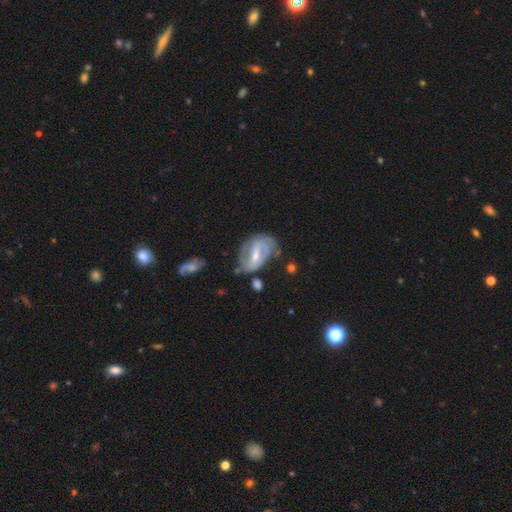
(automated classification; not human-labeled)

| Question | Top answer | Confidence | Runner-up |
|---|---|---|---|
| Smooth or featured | featured or disk | 80% | smooth (14%) |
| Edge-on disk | no | 96% | yes (4%) |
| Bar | weak | 47% | strong (38%) |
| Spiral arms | yes | 89% | no (11%) |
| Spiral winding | tight | 43% | medium (40%) |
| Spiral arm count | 2 | 64% | can't tell (18%) |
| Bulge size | moderate | 49% | small (45%) |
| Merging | none | 58% | minor disturbance (25%) |